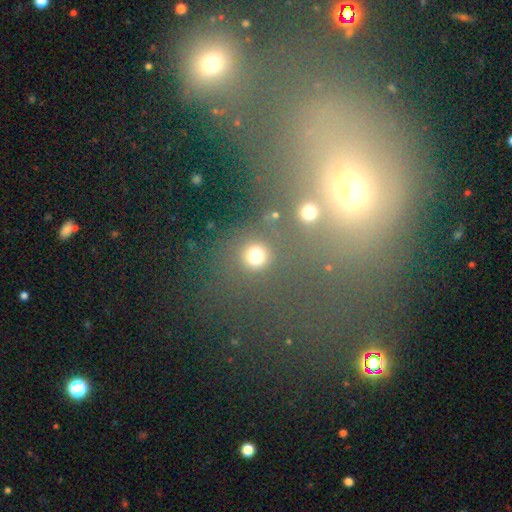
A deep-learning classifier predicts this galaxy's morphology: Smooth or featured: smooth — 73% (star or artifact — 19%)
How rounded: round — 89% (in between — 10%)
Merging: none — 69% (merger — 16%)